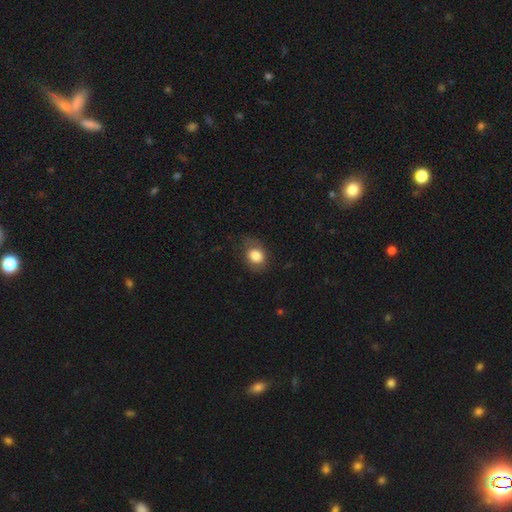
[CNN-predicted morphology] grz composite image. It shows a smooth galaxy with no disk features (78%) that is in between round and cigar-shaped (60%). Merging: none (66%).